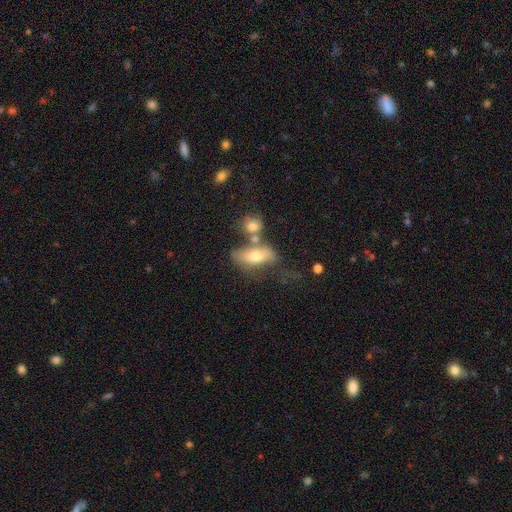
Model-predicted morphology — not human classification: This is likely a smooth galaxy (61%). How rounded: likely in between (79%). Merging: marginally merger (35%).